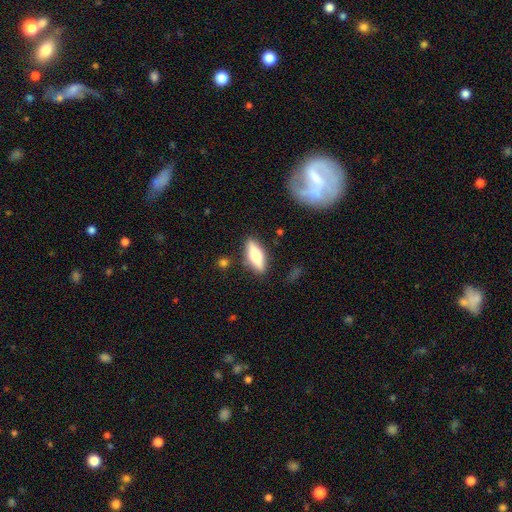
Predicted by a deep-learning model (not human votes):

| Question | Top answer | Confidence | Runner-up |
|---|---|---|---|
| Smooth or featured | smooth | 54% | featured or disk (40%) |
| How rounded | in between | 51% | cigar-shaped (47%) |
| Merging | none | 85% | minor disturbance (10%) |